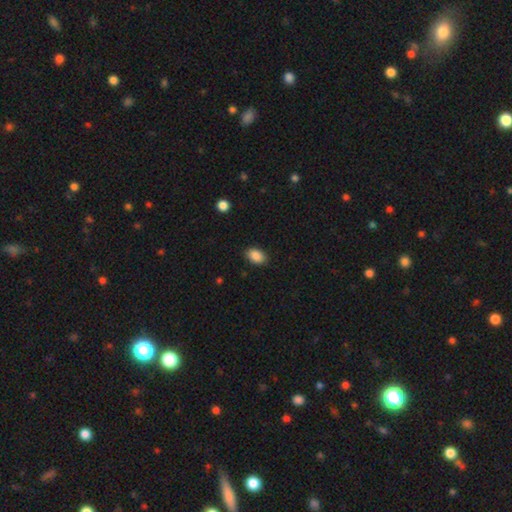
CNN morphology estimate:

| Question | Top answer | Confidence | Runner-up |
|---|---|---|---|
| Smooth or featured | smooth | 88% | star or artifact (8%) |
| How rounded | in between | 87% | round (12%) |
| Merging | none | 87% | minor disturbance (10%) |